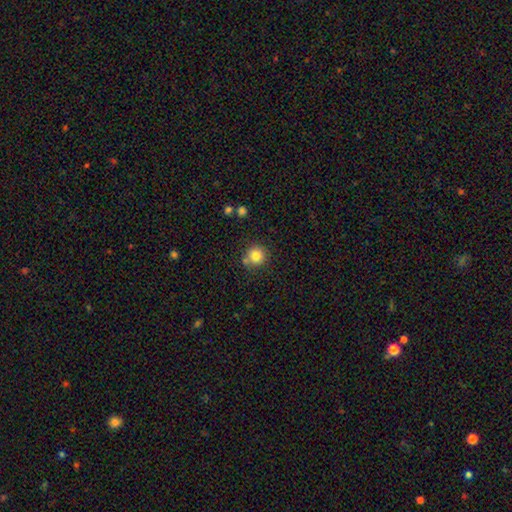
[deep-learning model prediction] Smooth or featured?
  - smooth: 82% *
  - star or artifact: 11%
  - featured or disk: 7%
How rounded?
  - round: 93% *
  - in between: 6%
  - cigar-shaped: 1%
Merging?
  - none: 76% *
  - minor disturbance: 11%
  - merger: 10%
  - major disturbance: 3%